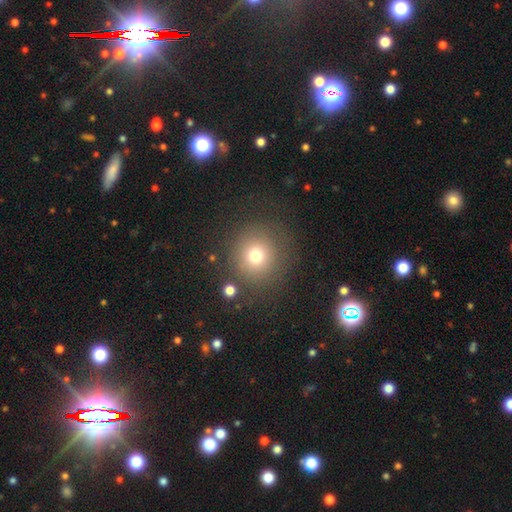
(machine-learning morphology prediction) smooth-or-featured: smooth: 72% | star or artifact: 16% | featured or disk: 11%
  how-rounded: round: 92% | in between: 7% | cigar-shaped: 1%
  merging: none: 81% | minor disturbance: 9% | major disturbance: 6% | merger: 3%